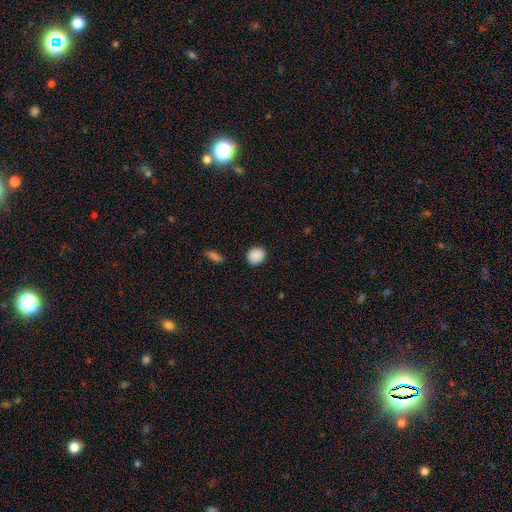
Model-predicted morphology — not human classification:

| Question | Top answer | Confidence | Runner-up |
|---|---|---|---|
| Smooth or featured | smooth | 89% | star or artifact (8%) |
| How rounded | round | 77% | in between (22%) |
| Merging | none | 89% | minor disturbance (8%) |